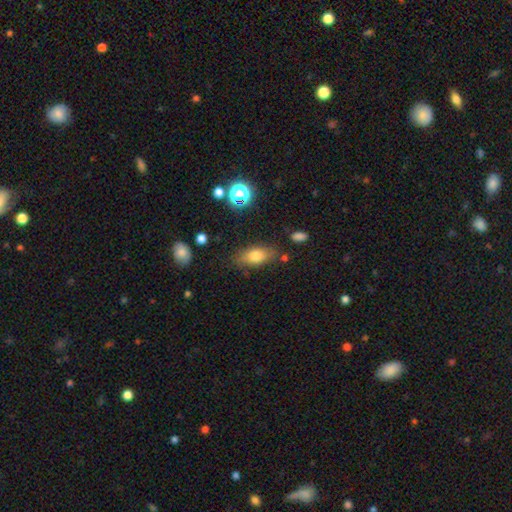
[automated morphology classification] Smooth or featured? smooth (76%)
How rounded? in between (82%)
Merging? none (77%)